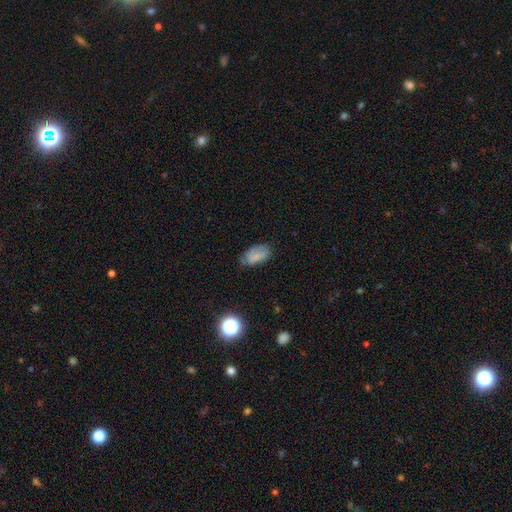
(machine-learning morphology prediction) smooth-or-featured: smooth: 68% | featured or disk: 21% | star or artifact: 11%
  how-rounded: in between: 92% | round: 6% | cigar-shaped: 3%
  merging: none: 57% | minor disturbance: 32% | major disturbance: 10% | merger: 2%